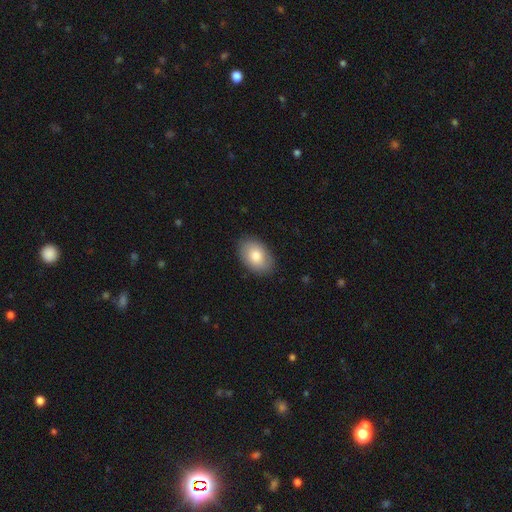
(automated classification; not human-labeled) Morphology: type=smooth (79%); roundness=in between (87%); merging=none (85%).